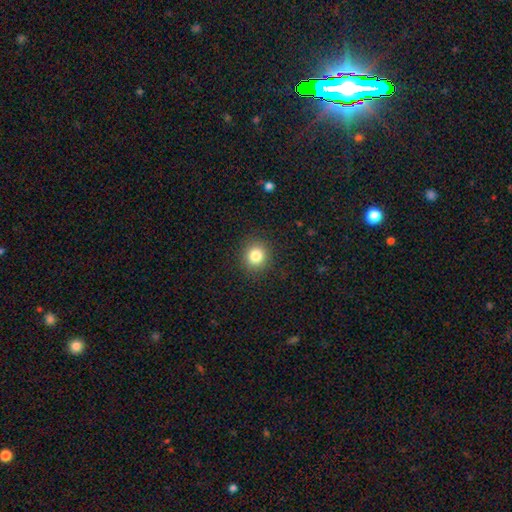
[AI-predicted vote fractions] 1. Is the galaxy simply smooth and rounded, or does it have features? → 82% smooth, 12% star or artifact, 6% featured or disk.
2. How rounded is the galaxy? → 88% round, 11% in between, 1% cigar-shaped.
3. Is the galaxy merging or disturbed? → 91% none, 6% minor disturbance, 2% major disturbance, 1% merger.